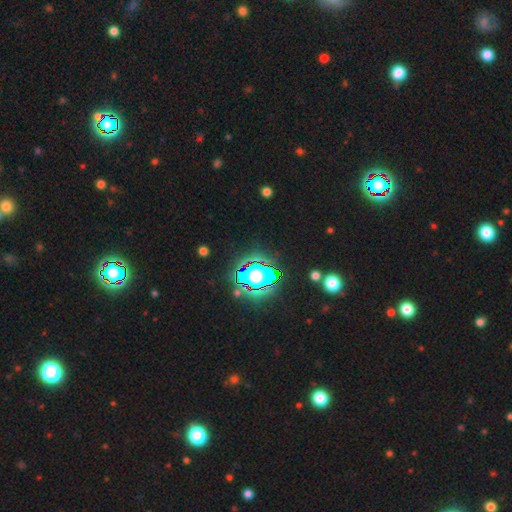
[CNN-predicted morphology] Q: Smooth or featured?
A: star or artifact (77%); runner-up: smooth (13%)